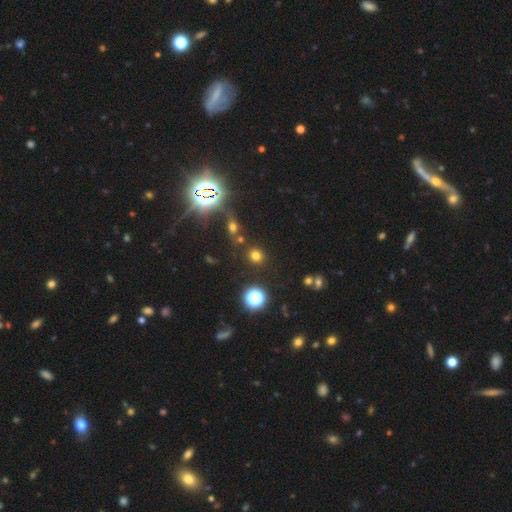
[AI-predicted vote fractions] This is likely a smooth galaxy (69%). How rounded: likely round (80%). Merging: clearly none (83%).